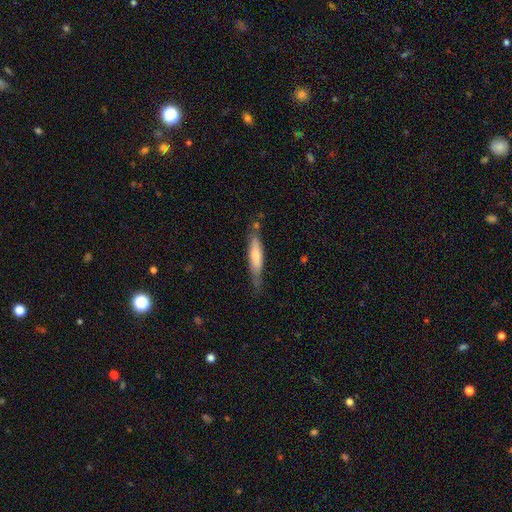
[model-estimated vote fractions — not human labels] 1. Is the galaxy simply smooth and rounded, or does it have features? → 61% smooth, 33% featured or disk, 6% star or artifact.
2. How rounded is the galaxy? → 79% cigar-shaped, 19% in between, 1% round.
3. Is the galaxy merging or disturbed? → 65% none, 25% minor disturbance, 6% major disturbance, 4% merger.